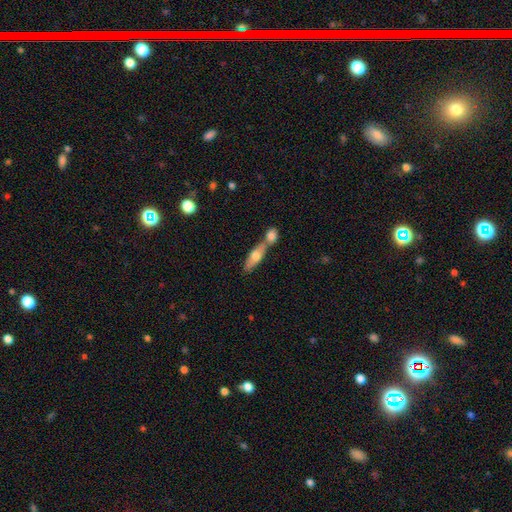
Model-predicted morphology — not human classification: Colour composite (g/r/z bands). It shows a smooth galaxy with no disk features (61%) that is cigar-shaped (48%). Merging: merger (52%).